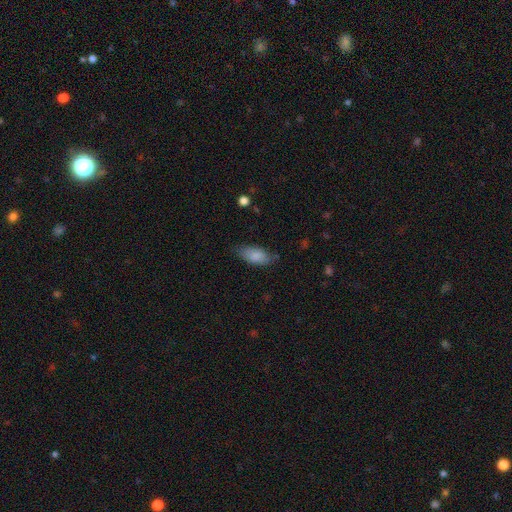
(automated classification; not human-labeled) Overall: smooth (85%). How rounded: in between (89%). Merging: none (70%).